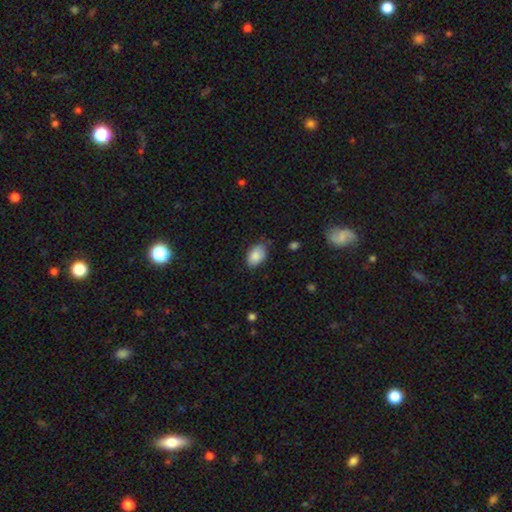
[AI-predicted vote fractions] Smooth or featured? Predicted: smooth (p=0.87). How rounded? Predicted: in between (p=0.90). Merging? Predicted: none (p=0.72).